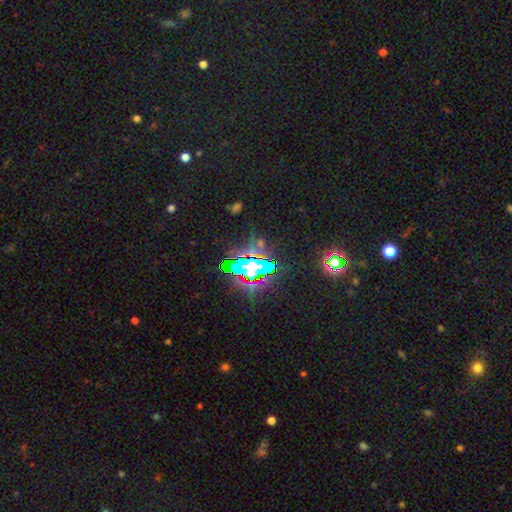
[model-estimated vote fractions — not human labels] Smooth or featured? star or artifact (80%)